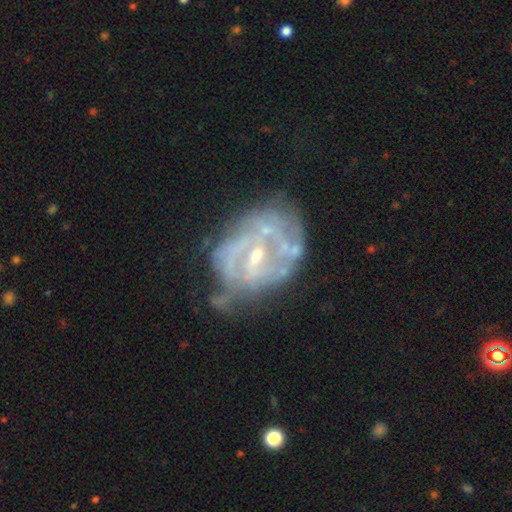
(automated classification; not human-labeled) smooth_or_featured: featured or disk (p=0.81) [alt: smooth p=0.11]
disk_edge_on: no (p=0.97) [alt: yes p=0.03]
bar: weak (p=0.47) [alt: no p=0.34]
has_spiral_arms: yes (p=0.69) [alt: no p=0.31]
spiral_winding: tight (p=0.45) [alt: medium p=0.38]
spiral_arm_count: can't tell (p=0.43) [alt: 2 p=0.33]
bulge_size: small (p=0.63) [alt: moderate p=0.30]
merging: none (p=0.40) [alt: minor disturbance p=0.27]